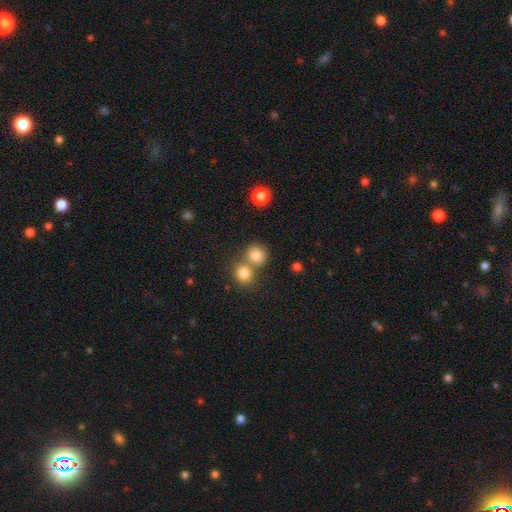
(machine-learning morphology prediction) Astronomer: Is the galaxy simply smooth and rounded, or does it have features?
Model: smooth — 81%.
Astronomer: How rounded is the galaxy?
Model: round — 87%.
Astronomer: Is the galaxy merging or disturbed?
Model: none — 56% (runner-up: merger, 35%).